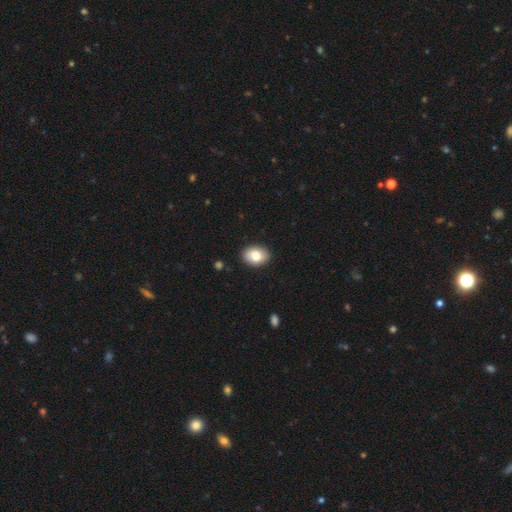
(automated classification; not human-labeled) smooth 80%, featured or disk 12%, star or artifact 7%. Down the decision tree: how rounded — in between (76%); merging — none (89%).